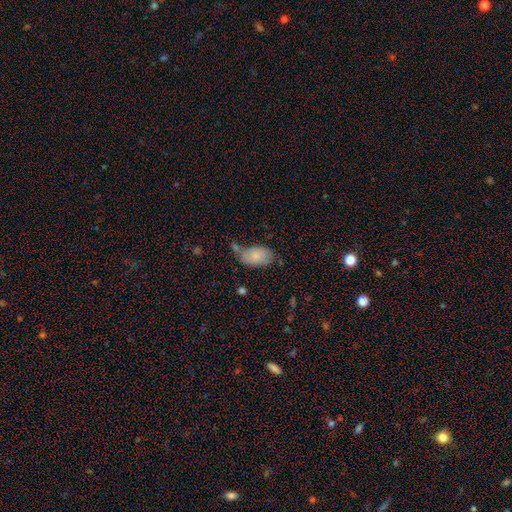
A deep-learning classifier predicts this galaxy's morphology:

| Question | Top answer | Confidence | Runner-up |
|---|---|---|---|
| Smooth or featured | smooth | 80% | featured or disk (13%) |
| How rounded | in between | 93% | round (5%) |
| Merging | none | 49% | minor disturbance (26%) |